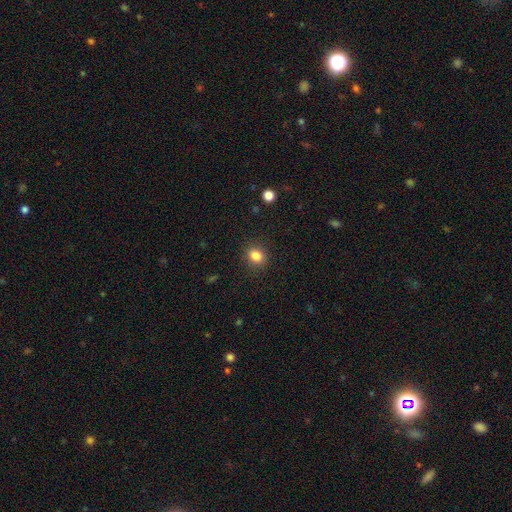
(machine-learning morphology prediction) Smooth or featured?
  - smooth: 84% *
  - star or artifact: 11%
  - featured or disk: 5%
How rounded?
  - round: 56% *
  - in between: 43%
  - cigar-shaped: 1%
Merging?
  - none: 88% *
  - minor disturbance: 8%
  - major disturbance: 3%
  - merger: 1%